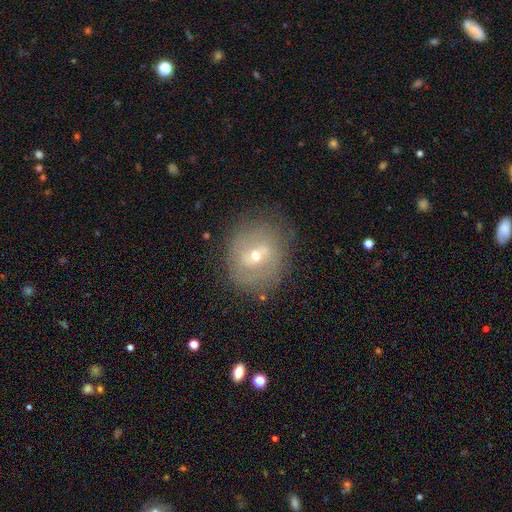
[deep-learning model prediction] smooth-or-featured: featured or disk: 65% | smooth: 26% | star or artifact: 9%
  disk-edge-on: no: 95% | yes: 5%
    bar: weak: 51% | no: 30% | strong: 20%
    has-spiral-arms: yes: 62% | no: 38%
    bulge-size: small: 49% | moderate: 48% | large: 2% | none: 1% | dominant: 1%
  merging: none: 76% | minor disturbance: 16% | major disturbance: 7% | merger: 2%